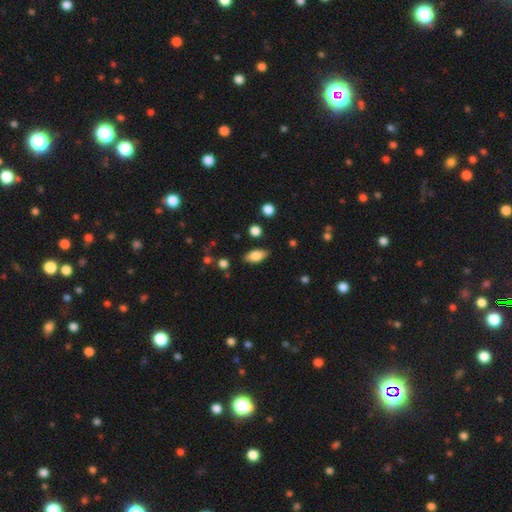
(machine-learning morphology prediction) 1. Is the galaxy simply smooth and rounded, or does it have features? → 77% smooth, 15% featured or disk, 8% star or artifact.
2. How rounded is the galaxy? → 87% in between, 10% cigar-shaped, 4% round.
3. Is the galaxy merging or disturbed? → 82% none, 13% minor disturbance, 3% major disturbance, 2% merger.